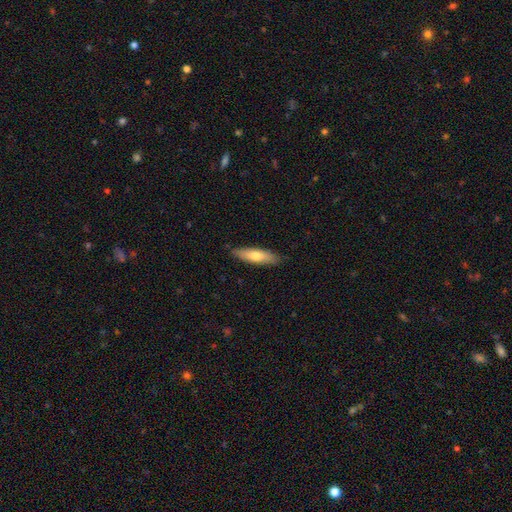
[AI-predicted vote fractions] Smooth or featured? Predicted: smooth (p=0.66). How rounded? Predicted: cigar-shaped (p=0.63). Merging? Predicted: none (p=0.85).